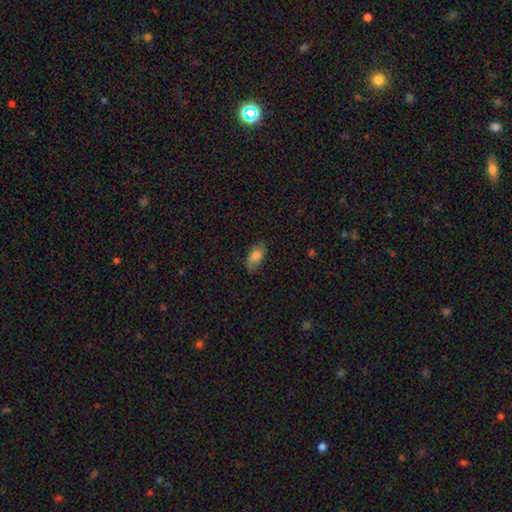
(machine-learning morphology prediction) A smooth galaxy with no disk features (81%) that is in between round and cigar-shaped (90%).

Vote fractions:
- Smooth or featured? smooth: 81% / featured or disk: 11% / star or artifact: 8%
- How rounded? in between: 90% / cigar-shaped: 6% / round: 4%
- Merging? none: 75% / minor disturbance: 19% / major disturbance: 4% / merger: 1%